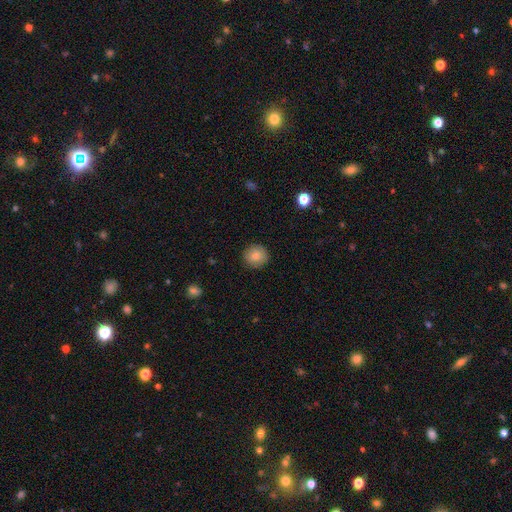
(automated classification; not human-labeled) A smooth galaxy with no disk features (79%) that is round (92%).

Vote fractions:
- Smooth or featured? smooth: 79% / featured or disk: 12% / star or artifact: 9%
- How rounded? round: 92% / in between: 7% / cigar-shaped: 1%
- Merging? none: 89% / minor disturbance: 8% / major disturbance: 2% / merger: 1%